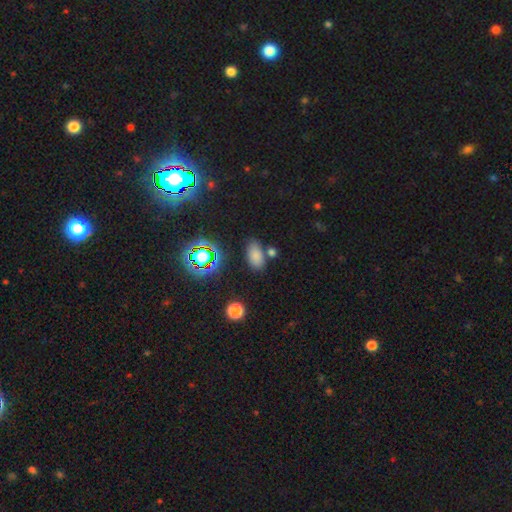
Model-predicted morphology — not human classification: Smooth or featured? smooth (75%)
How rounded? in between (90%)
Merging? none (75%)